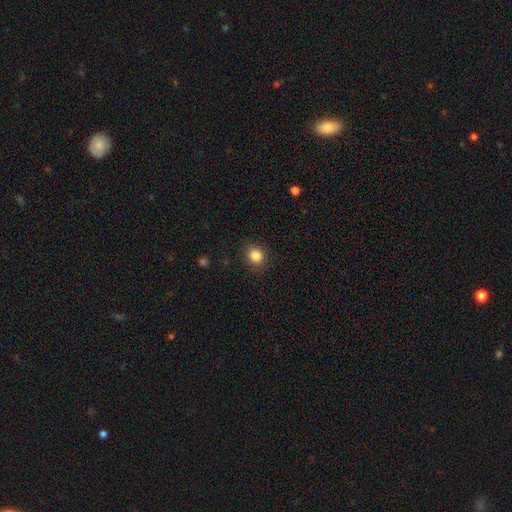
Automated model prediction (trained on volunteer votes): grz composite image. It shows a smooth galaxy with no disk features (84%) that is round (75%). Merging: none (88%).